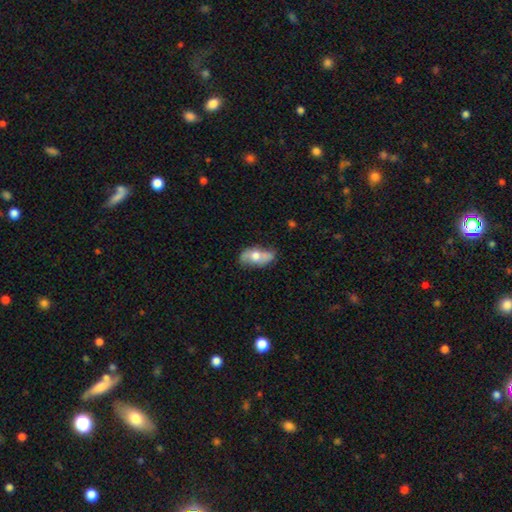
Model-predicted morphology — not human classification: This appears to be a smooth galaxy with no disk features (51%) that is in between round and cigar-shaped (89%). Merging: none (56%).